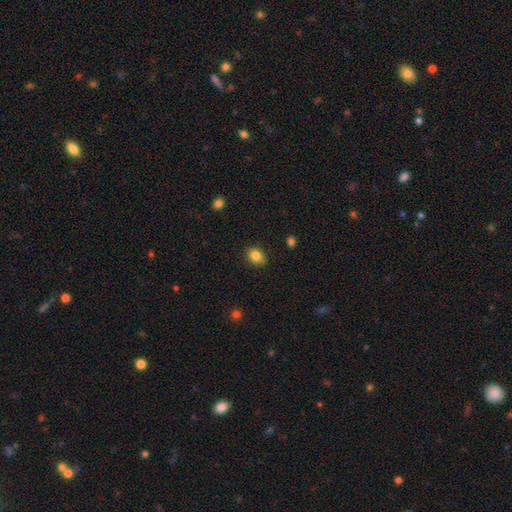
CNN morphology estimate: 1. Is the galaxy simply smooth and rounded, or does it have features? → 85% smooth, 10% star or artifact, 6% featured or disk.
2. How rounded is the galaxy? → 58% in between, 41% round, 1% cigar-shaped.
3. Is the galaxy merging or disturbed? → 85% none, 12% minor disturbance, 2% major disturbance, 1% merger.